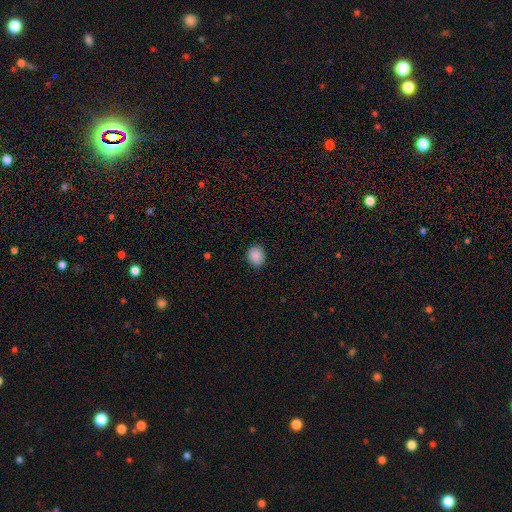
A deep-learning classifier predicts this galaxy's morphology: This is clearly a smooth galaxy (89%). How rounded: possibly round (56%). Merging: clearly none (88%).